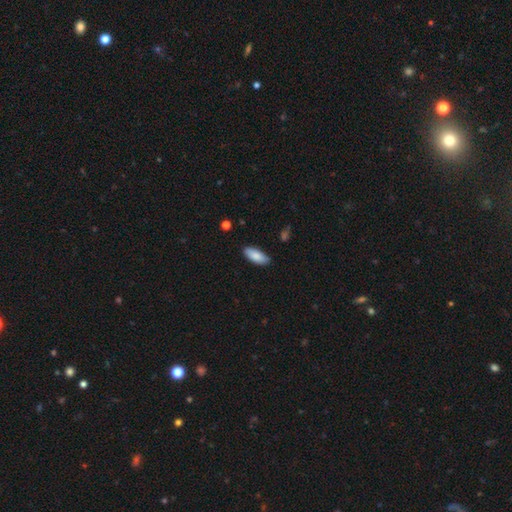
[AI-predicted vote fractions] Smooth or featured? Predicted: smooth (p=0.86). How rounded? Predicted: in between (p=0.83). Merging? Predicted: none (p=0.85).